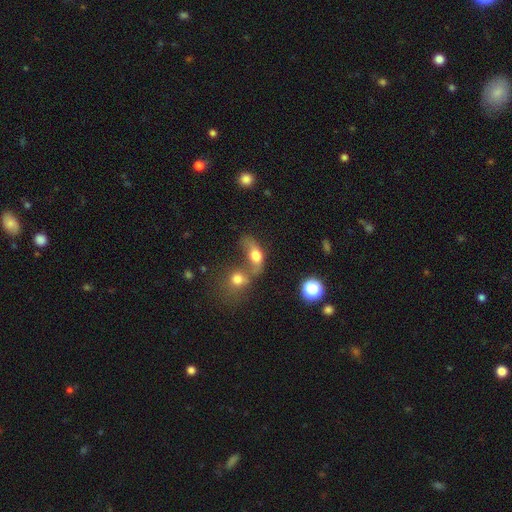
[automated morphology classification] type=smooth (66%); roundness=in between (73%); merging=merger (60%).